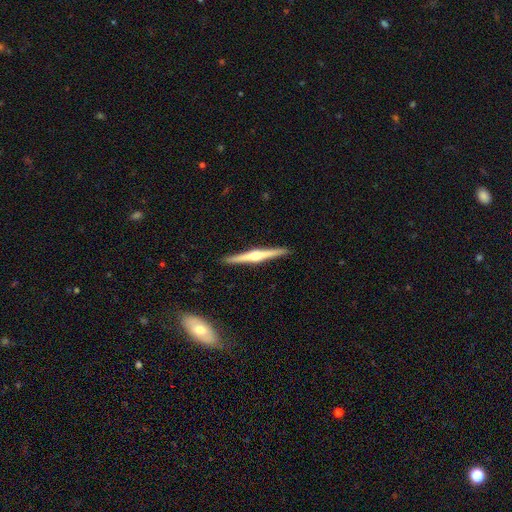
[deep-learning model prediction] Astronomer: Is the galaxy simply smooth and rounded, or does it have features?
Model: featured or disk — 77%.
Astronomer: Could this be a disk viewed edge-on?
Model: yes — 99%.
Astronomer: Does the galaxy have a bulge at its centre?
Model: rounded — 92%.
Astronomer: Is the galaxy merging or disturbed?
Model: none — 92%.